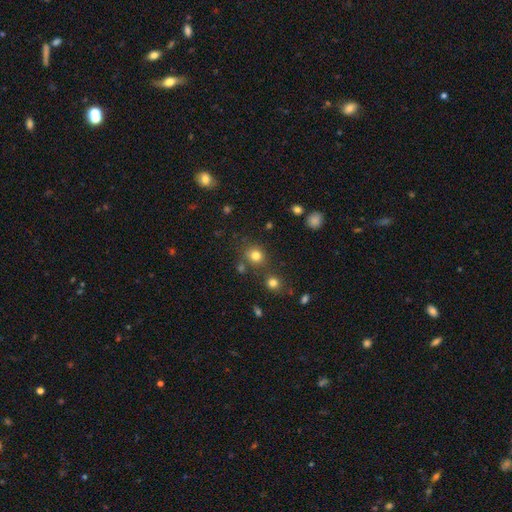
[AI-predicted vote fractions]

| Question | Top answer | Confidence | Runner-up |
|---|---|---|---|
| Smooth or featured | smooth | 78% | star or artifact (15%) |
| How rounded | round | 84% | in between (15%) |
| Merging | none | 74% | merger (11%) |